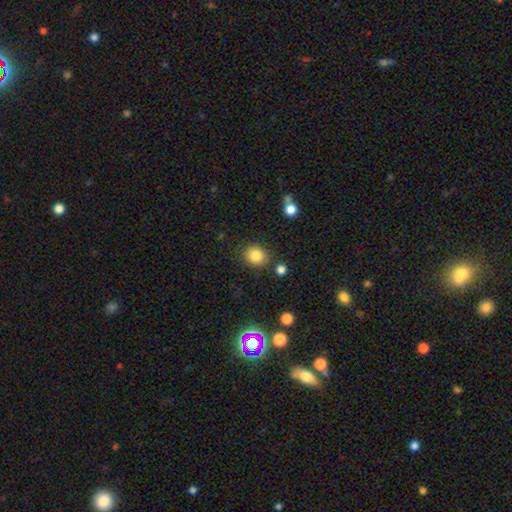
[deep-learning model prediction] A smooth galaxy with no disk features (83%) that is round (76%).

Vote fractions:
- Smooth or featured? smooth: 83% / star or artifact: 11% / featured or disk: 6%
- How rounded? round: 76% / in between: 23% / cigar-shaped: 1%
- Merging? none: 84% / minor disturbance: 9% / merger: 4% / major disturbance: 3%